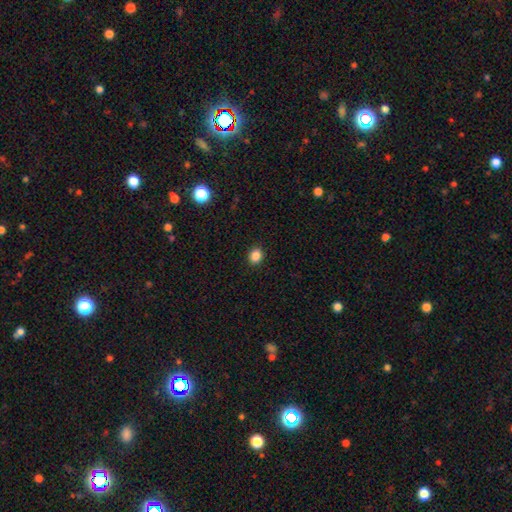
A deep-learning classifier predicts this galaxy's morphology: This appears to be a smooth galaxy with no disk features (86%) that is round (59%). Merging: none (92%).